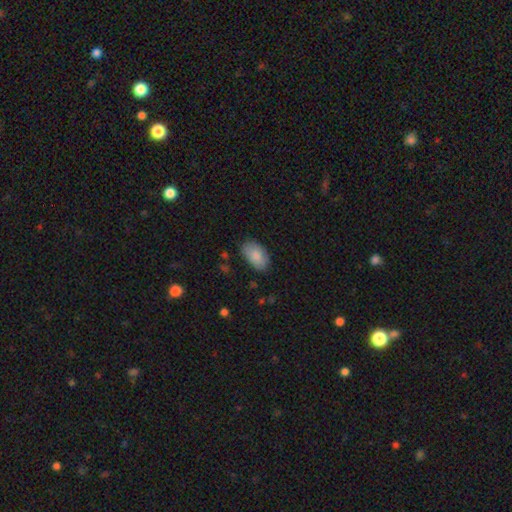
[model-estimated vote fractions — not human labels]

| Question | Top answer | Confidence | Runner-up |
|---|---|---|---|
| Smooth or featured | smooth | 86% | featured or disk (8%) |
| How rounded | in between | 94% | round (5%) |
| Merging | none | 77% | minor disturbance (18%) |